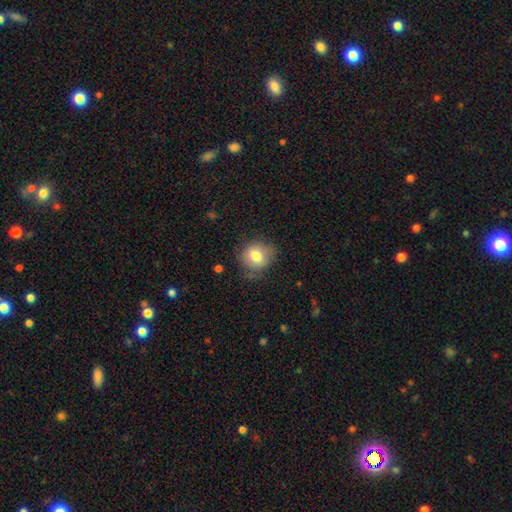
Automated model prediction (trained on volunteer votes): smooth-or-featured: smooth: 75% | featured or disk: 16% | star or artifact: 9%
  how-rounded: round: 72% | in between: 28% | cigar-shaped: 1%
  merging: none: 70% | minor disturbance: 22% | major disturbance: 7% | merger: 1%